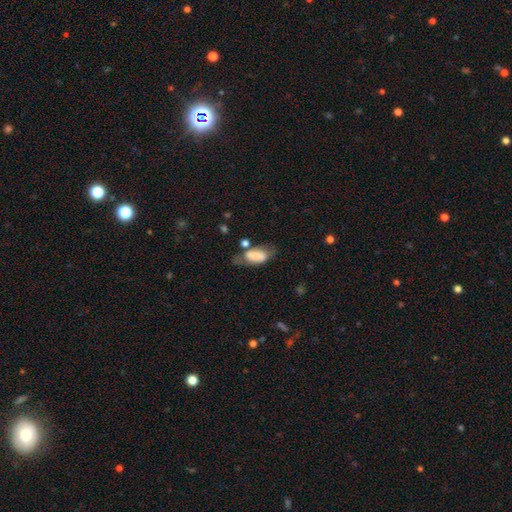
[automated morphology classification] This appears to be a smooth galaxy with no disk features (71%) that is in between round and cigar-shaped (89%). Merging: none (40%).